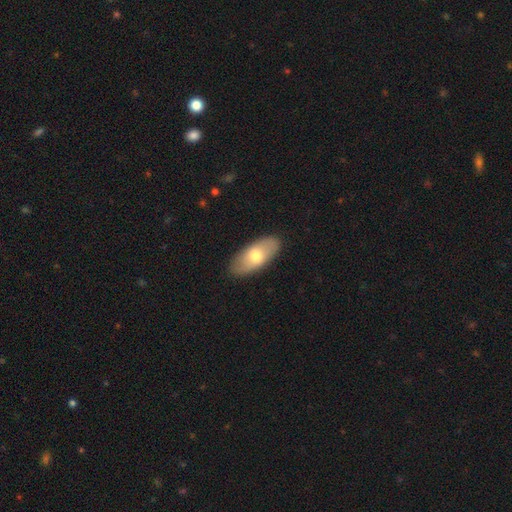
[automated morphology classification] A smooth galaxy with no disk features (66%) that is in between round and cigar-shaped (89%).

Vote fractions:
- Smooth or featured? smooth: 66% / featured or disk: 29% / star or artifact: 5%
- How rounded? in between: 89% / cigar-shaped: 8% / round: 3%
- Merging? none: 87% / minor disturbance: 10% / major disturbance: 2% / merger: 1%